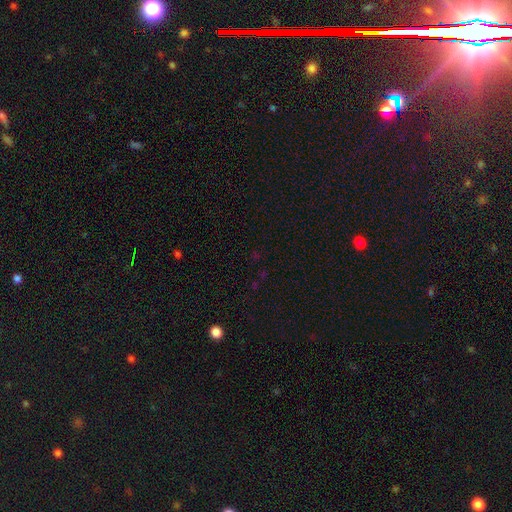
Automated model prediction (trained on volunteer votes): Smooth or featured? Predicted: star or artifact (p=0.66).